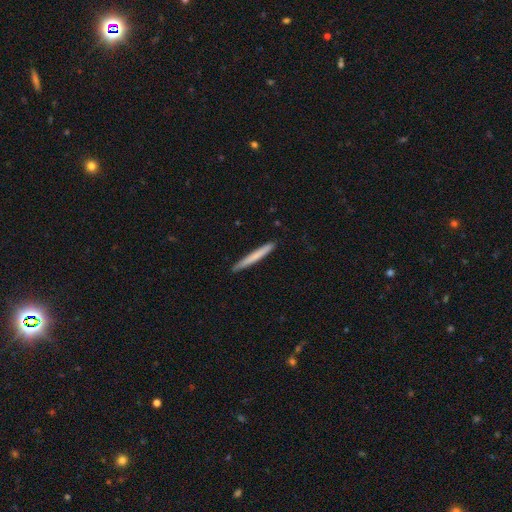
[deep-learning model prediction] smooth_or_featured: smooth (p=0.70) [alt: featured or disk p=0.25]
how_rounded: cigar-shaped (p=0.97) [alt: in between p=0.02]
merging: none (p=0.90) [alt: minor disturbance p=0.07]